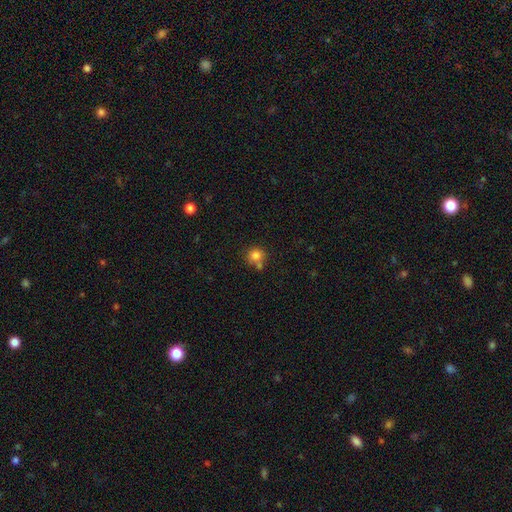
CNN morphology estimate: Smooth or featured?
  - smooth: 80% *
  - star or artifact: 12%
  - featured or disk: 8%
How rounded?
  - round: 84% *
  - in between: 15%
  - cigar-shaped: 1%
Merging?
  - none: 58% *
  - merger: 25%
  - minor disturbance: 13%
  - major disturbance: 4%